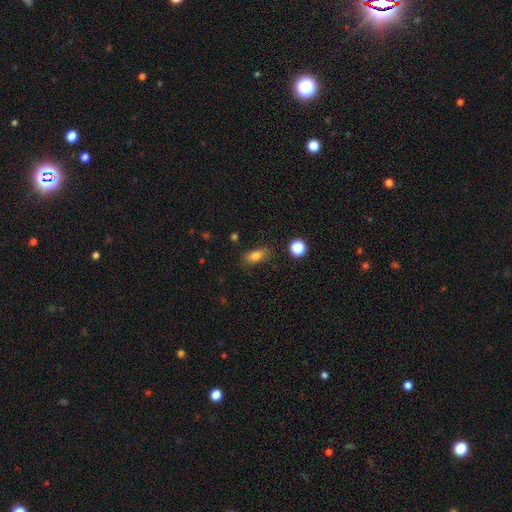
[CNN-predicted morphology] Q: Smooth or featured?
A: smooth (80%); runner-up: star or artifact (11%)
Q: How rounded?
A: in between (79%); runner-up: cigar-shaped (11%)
Q: Merging?
A: none (79%); runner-up: minor disturbance (15%)